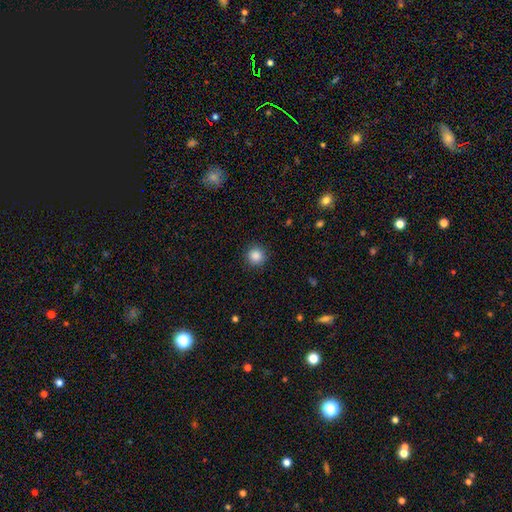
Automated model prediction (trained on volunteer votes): The model was most divided on "smooth or featured": smooth: 87%, star or artifact: 10%, featured or disk: 3%. More confident: how rounded — round (95%); merging — none (91%).